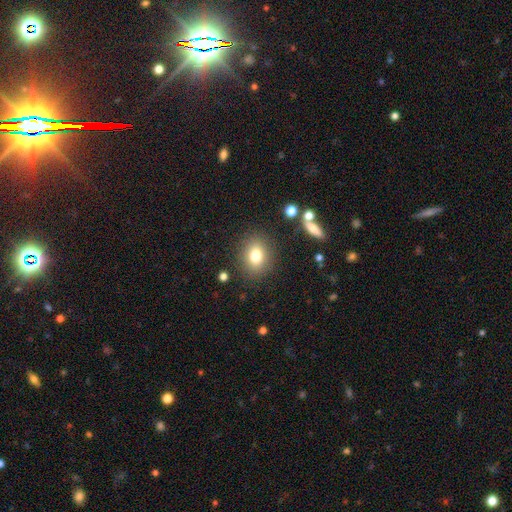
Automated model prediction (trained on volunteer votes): Morphology: type=smooth (77%); roundness=in between (50%); merging=none (85%).